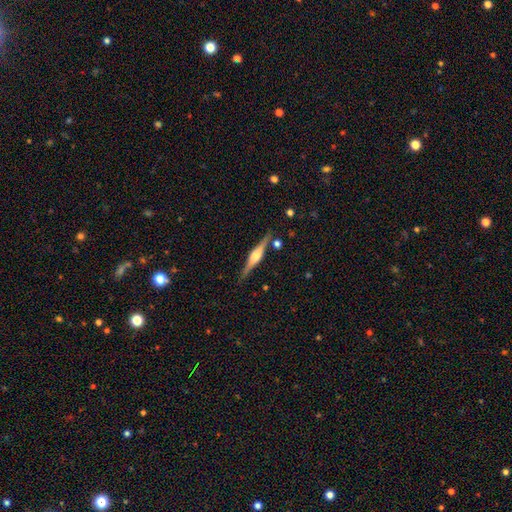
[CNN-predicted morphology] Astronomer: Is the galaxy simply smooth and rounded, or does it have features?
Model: featured or disk — 77%.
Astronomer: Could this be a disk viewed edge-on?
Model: yes — 98%.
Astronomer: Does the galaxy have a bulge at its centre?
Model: rounded — 82%.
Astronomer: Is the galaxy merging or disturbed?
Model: none — 85%.